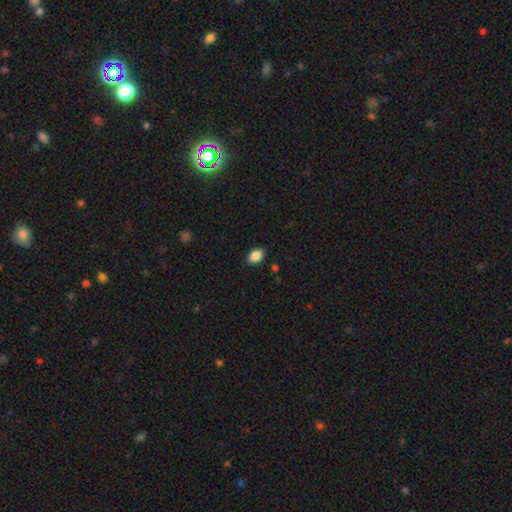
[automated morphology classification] Smooth or featured? smooth (87%)
How rounded? in between (84%)
Merging? none (87%)